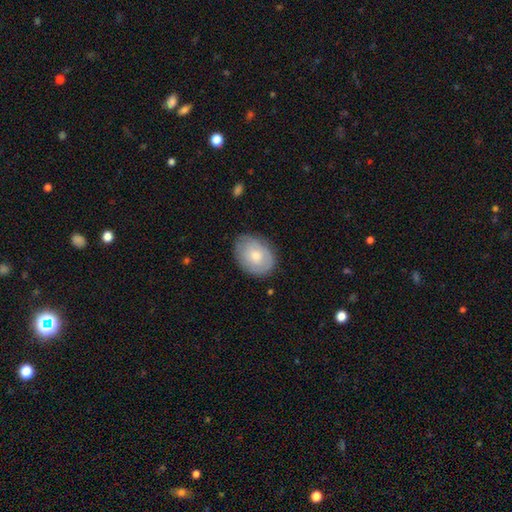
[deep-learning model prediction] smooth 66%, featured or disk 28%, star or artifact 6%. Down the decision tree: how rounded — in between (66%); merging — none (80%).